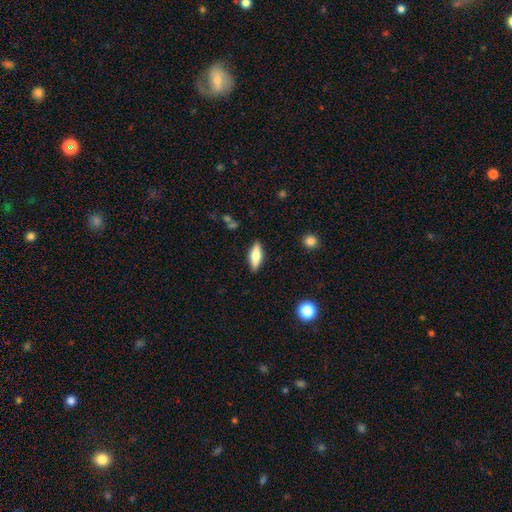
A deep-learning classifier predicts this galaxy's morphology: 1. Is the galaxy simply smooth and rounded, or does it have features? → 62% smooth, 31% featured or disk, 7% star or artifact.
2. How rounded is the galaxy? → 60% in between, 37% cigar-shaped, 3% round.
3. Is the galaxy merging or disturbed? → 87% none, 9% minor disturbance, 2% major disturbance, 1% merger.